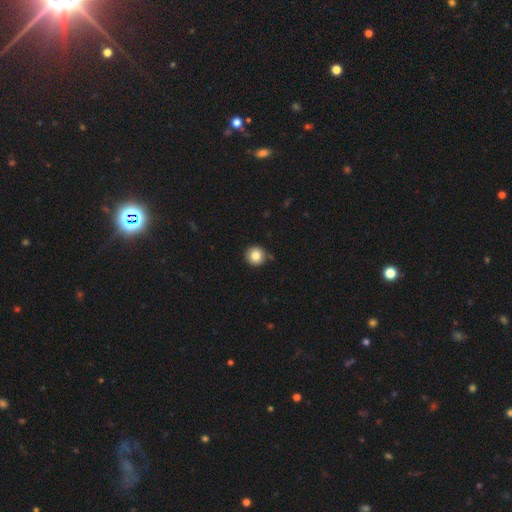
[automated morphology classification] This appears to be a smooth galaxy with no disk features (83%) that is round (95%). Merging: none (85%).